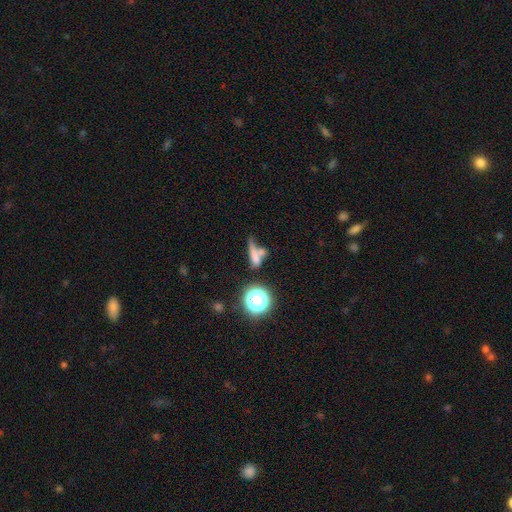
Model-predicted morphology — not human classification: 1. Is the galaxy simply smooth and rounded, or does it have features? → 58% smooth, 22% featured or disk, 20% star or artifact.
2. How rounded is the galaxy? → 41% cigar-shaped, 35% in between, 23% round.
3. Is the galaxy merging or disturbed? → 35% none, 34% merger, 16% major disturbance, 15% minor disturbance.